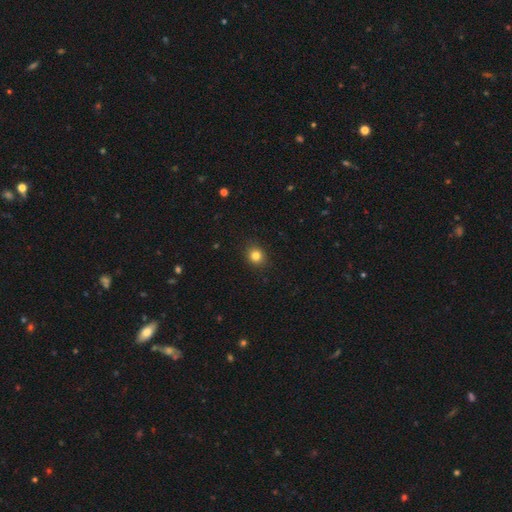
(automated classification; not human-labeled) Smooth or featured: smooth — 82% (star or artifact — 12%)
How rounded: round — 74% (in between — 25%)
Merging: none — 90% (minor disturbance — 7%)